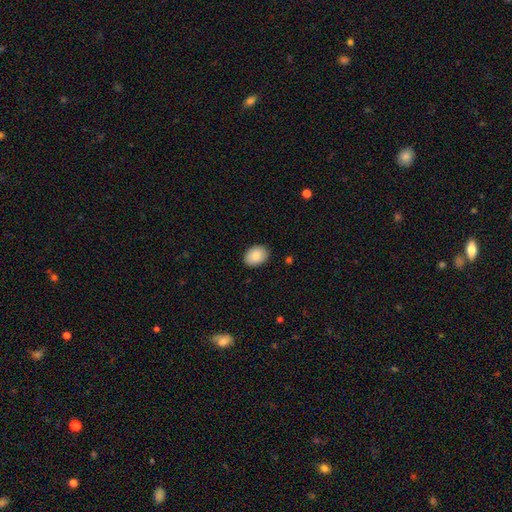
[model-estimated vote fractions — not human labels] Smooth or featured: smooth — 88% (star or artifact — 7%)
How rounded: in between — 72% (round — 27%)
Merging: none — 88% (minor disturbance — 9%)